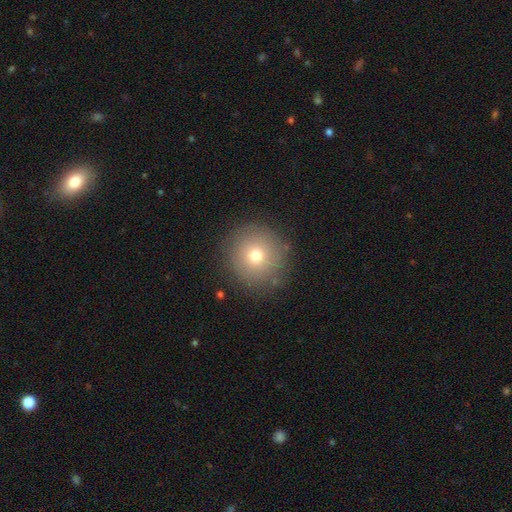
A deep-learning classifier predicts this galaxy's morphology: Smooth or featured? smooth (70%)
How rounded? round (94%)
Merging? none (88%)